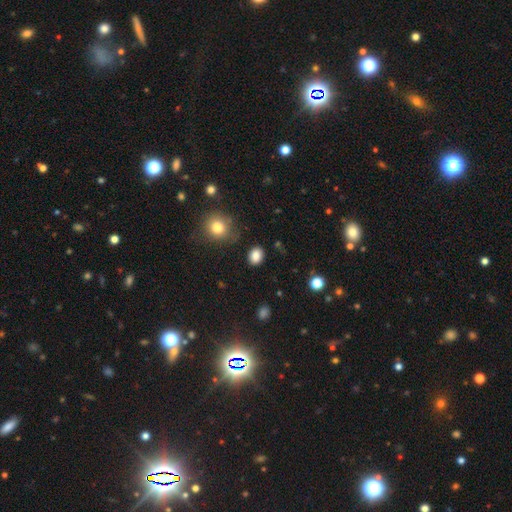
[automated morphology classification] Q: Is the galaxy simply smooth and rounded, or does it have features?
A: smooth — 86%.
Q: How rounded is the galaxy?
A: in between — 56%.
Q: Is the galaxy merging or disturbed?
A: none — 84%.